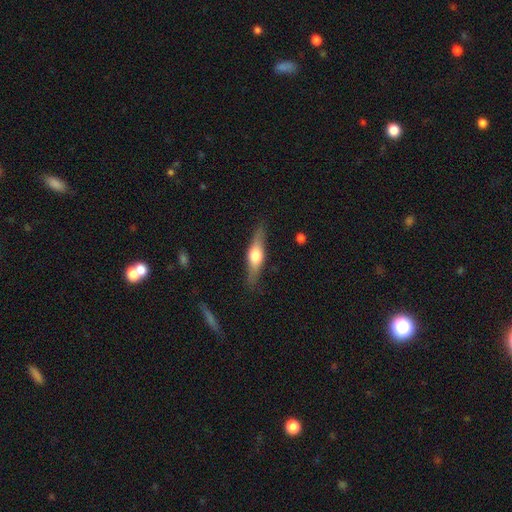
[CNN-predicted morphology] This is possibly a featured or disk galaxy (55%). It is clearly viewed edge-on (93%). Edge-on bulge: clearly rounded (92%). Merging: clearly none (84%).